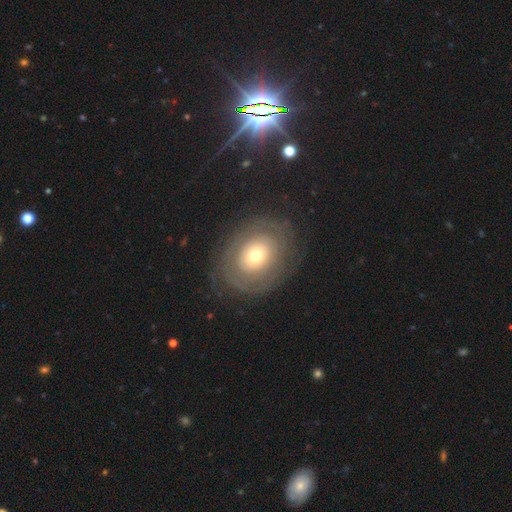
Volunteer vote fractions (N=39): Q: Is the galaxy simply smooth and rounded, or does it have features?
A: featured or disk — 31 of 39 (79%).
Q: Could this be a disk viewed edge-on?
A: no — 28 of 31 (90%).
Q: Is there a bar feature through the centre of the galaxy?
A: no — 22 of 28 (79%).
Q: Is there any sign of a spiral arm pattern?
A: yes — 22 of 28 (79%).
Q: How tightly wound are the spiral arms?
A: tight — 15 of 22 (68%).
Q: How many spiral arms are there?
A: can't tell — 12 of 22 (55%).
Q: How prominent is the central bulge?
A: moderate — 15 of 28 (54%).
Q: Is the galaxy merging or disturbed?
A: none — 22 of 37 (59%).